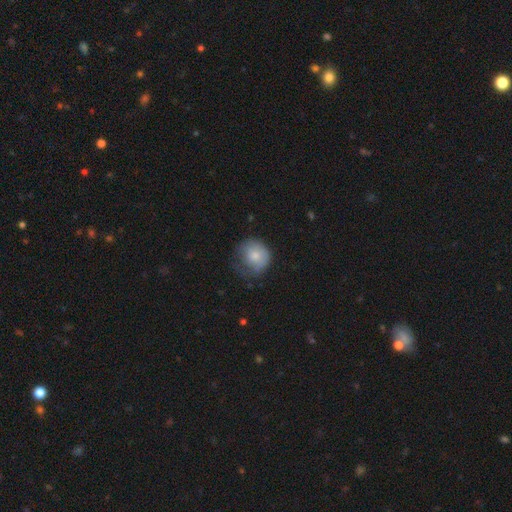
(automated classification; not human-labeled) smooth-or-featured: smooth: 74% | featured or disk: 19% | star or artifact: 7%
  how-rounded: round: 79% | in between: 20% | cigar-shaped: 1%
  merging: none: 42% | minor disturbance: 34% | major disturbance: 23% | merger: 2%